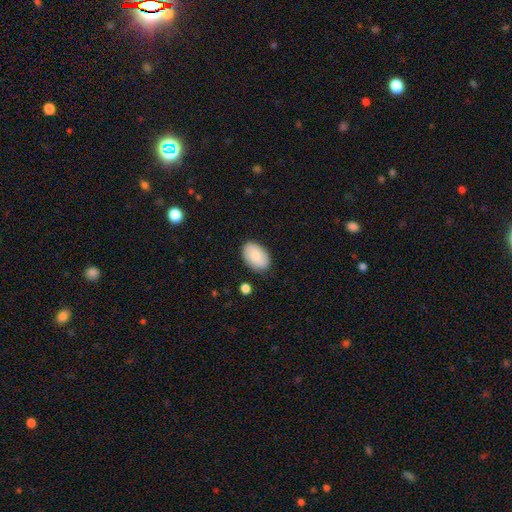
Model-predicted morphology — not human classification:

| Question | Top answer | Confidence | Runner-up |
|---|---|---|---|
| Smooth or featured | smooth | 83% | featured or disk (10%) |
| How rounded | in between | 91% | round (7%) |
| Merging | none | 85% | minor disturbance (11%) |